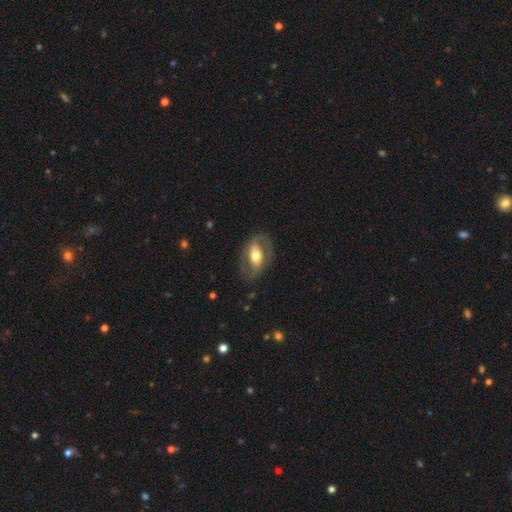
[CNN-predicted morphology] featured or disk 69%, smooth 26%, star or artifact 6%. Down the decision tree: edge-on disk — no (92%); bar — strong (38%); spiral arms — yes (68%); bulge size — moderate (67%); merging — none (74%).